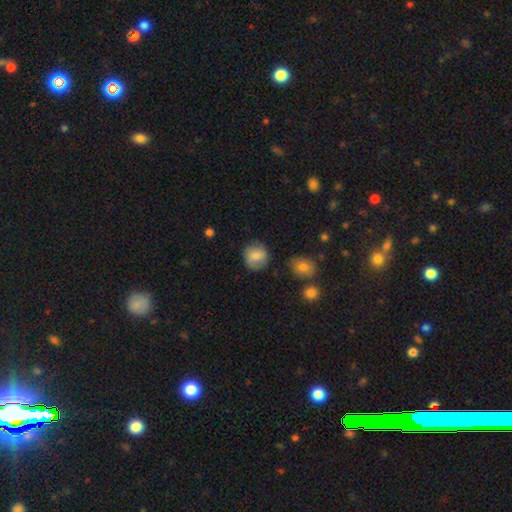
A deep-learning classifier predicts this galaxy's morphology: type=smooth (77%); roundness=round (87%); merging=none (78%).